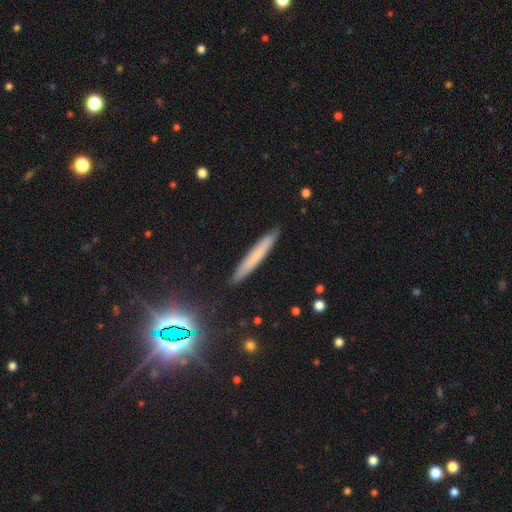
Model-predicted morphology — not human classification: smooth 66%, featured or disk 23%, star or artifact 11%. Down the decision tree: how rounded — cigar-shaped (95%); merging — none (90%).